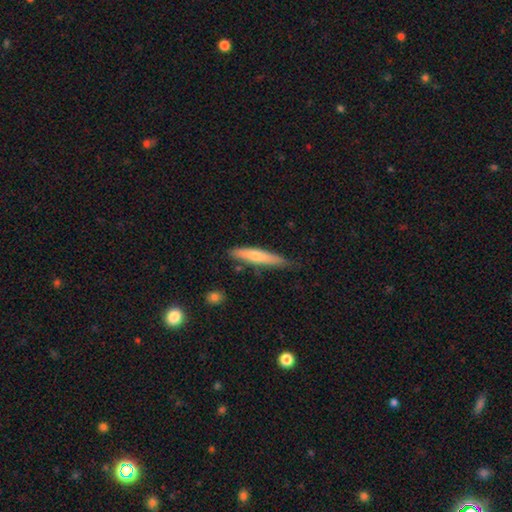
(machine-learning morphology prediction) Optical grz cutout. It shows a smooth galaxy with no disk features (58%) that is cigar-shaped (89%). Merging: none (77%).